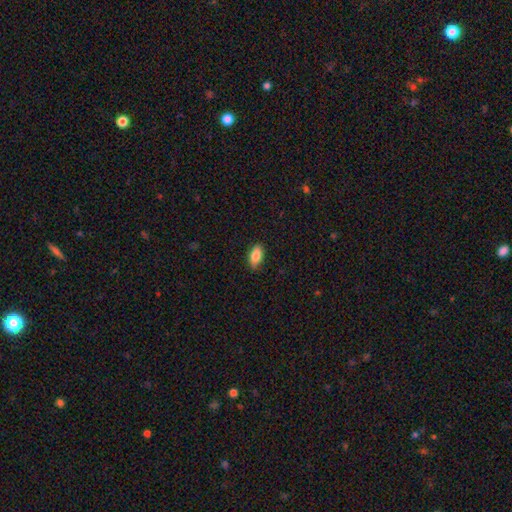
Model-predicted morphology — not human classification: The model was most divided on "merging": none: 85%, minor disturbance: 12%, major disturbance: 2%, merger: 1%. More confident: how rounded — in between (88%); smooth or featured — smooth (83%).